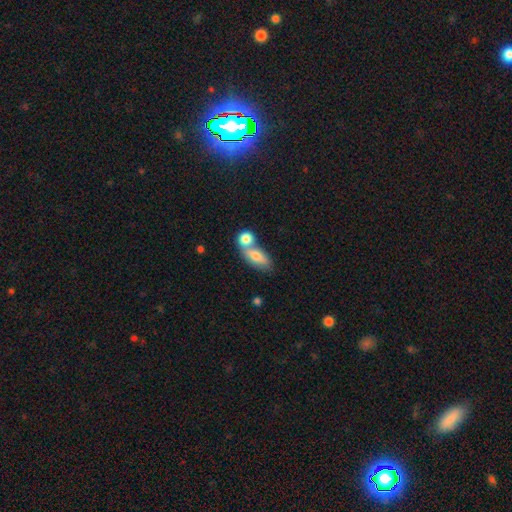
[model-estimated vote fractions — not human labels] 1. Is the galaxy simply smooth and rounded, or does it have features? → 72% smooth, 21% featured or disk, 7% star or artifact.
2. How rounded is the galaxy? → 76% in between, 16% cigar-shaped, 9% round.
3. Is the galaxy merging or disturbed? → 53% merger, 32% none, 10% minor disturbance, 5% major disturbance.